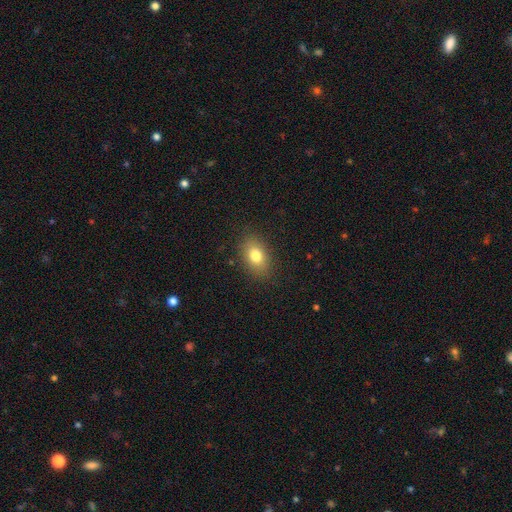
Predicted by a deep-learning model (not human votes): Q: Smooth or featured?
A: smooth (79%); runner-up: featured or disk (11%)
Q: How rounded?
A: in between (84%); runner-up: round (14%)
Q: Merging?
A: none (86%); runner-up: minor disturbance (10%)